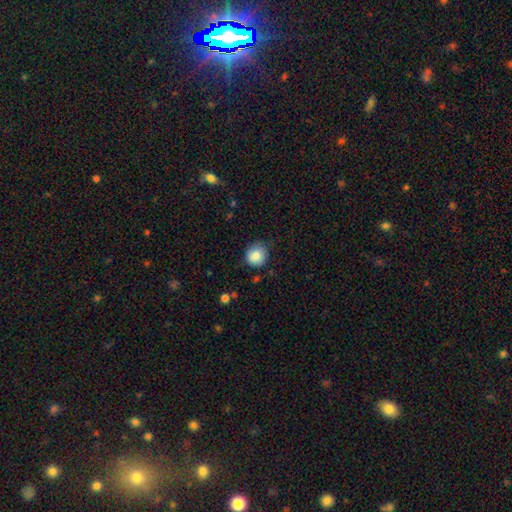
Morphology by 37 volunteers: smooth-or-featured: smooth: 89% | featured or disk: 5% | star or artifact: 5%
  how-rounded: round: 88% | in between: 9% | cigar-shaped: 3%
  merging: none: 80% | minor disturbance: 14% | major disturbance: 3% | merger: 3%